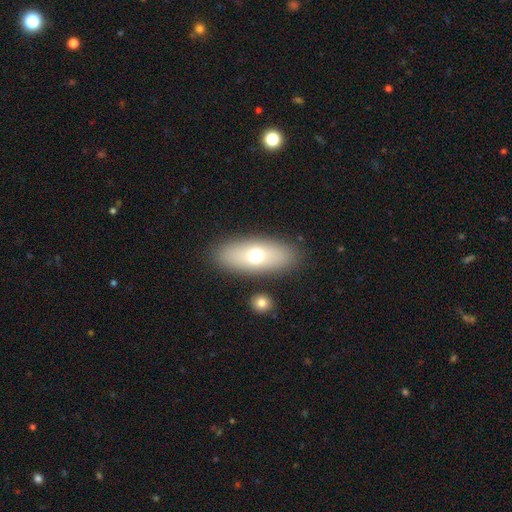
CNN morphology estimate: Smooth or featured: smooth — 66% (featured or disk — 25%)
How rounded: in between — 80% (cigar-shaped — 15%)
Merging: none — 85% (minor disturbance — 8%)